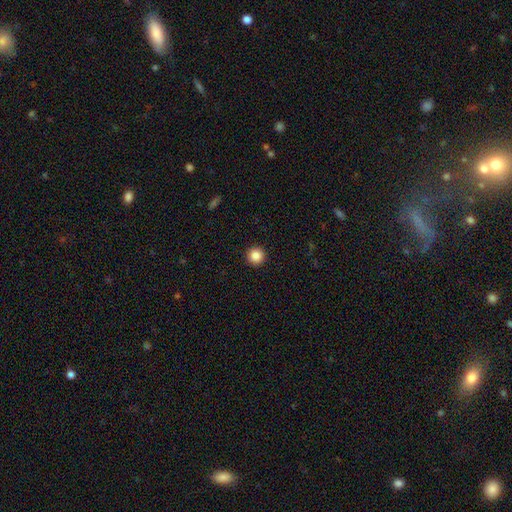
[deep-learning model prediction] Smooth or featured? smooth (87%)
How rounded? round (96%)
Merging? none (93%)